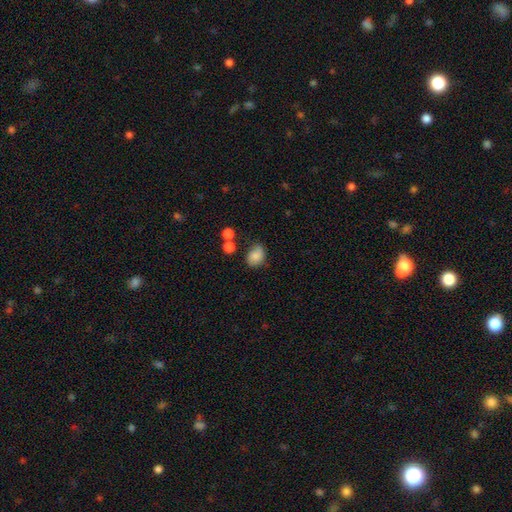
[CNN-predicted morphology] A smooth galaxy with no disk features (79%) that is in between round and cigar-shaped (61%).

Vote fractions:
- Smooth or featured? smooth: 79% / featured or disk: 12% / star or artifact: 9%
- How rounded? in between: 61% / round: 38% / cigar-shaped: 1%
- Merging? none: 58% / minor disturbance: 27% / major disturbance: 8% / merger: 7%